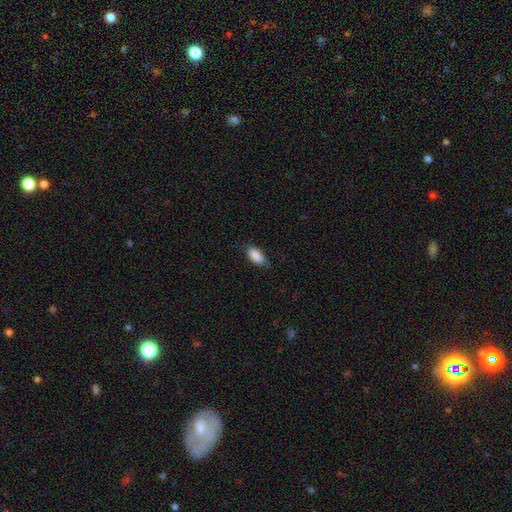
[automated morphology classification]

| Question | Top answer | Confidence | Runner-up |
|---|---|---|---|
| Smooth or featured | smooth | 87% | star or artifact (7%) |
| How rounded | in between | 89% | cigar-shaped (8%) |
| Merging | none | 70% | minor disturbance (24%) |